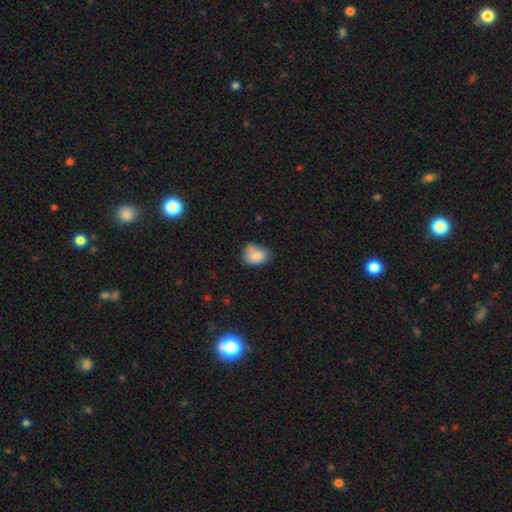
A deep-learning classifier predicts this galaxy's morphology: type=smooth (83%); roundness=in between (70%); merging=none (51%).